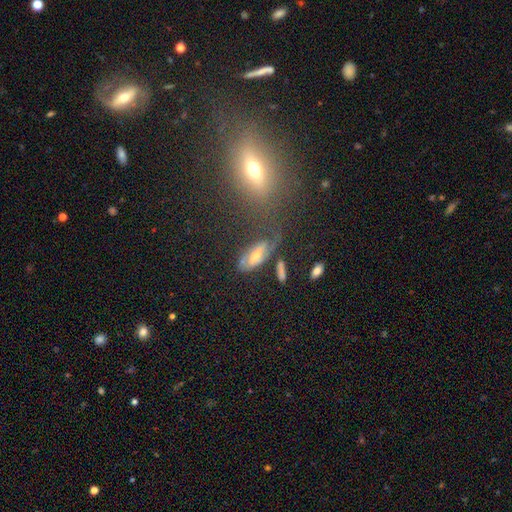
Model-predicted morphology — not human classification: Smooth or featured? featured or disk (39%)
Merging? none (62%)